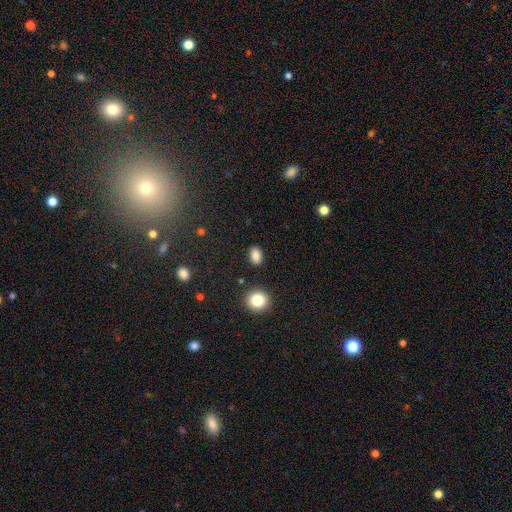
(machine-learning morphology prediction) The model was most divided on "how rounded": in between: 76%, round: 23%, cigar-shaped: 2%. More confident: merging — none (87%); smooth or featured — smooth (86%).